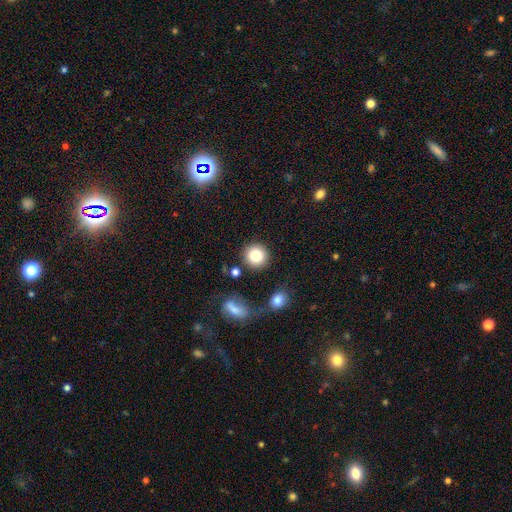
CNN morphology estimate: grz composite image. It shows a smooth galaxy with no disk features (83%) that is round (92%). Merging: none (84%).